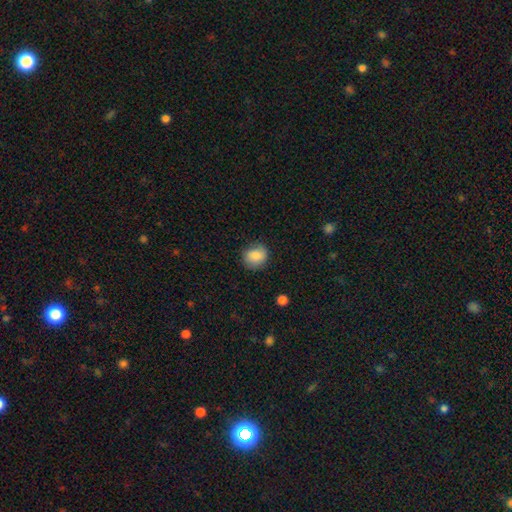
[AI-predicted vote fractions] The model was most divided on "how rounded": round: 70%, in between: 29%, cigar-shaped: 1%. More confident: smooth or featured — smooth (85%); merging — none (78%).